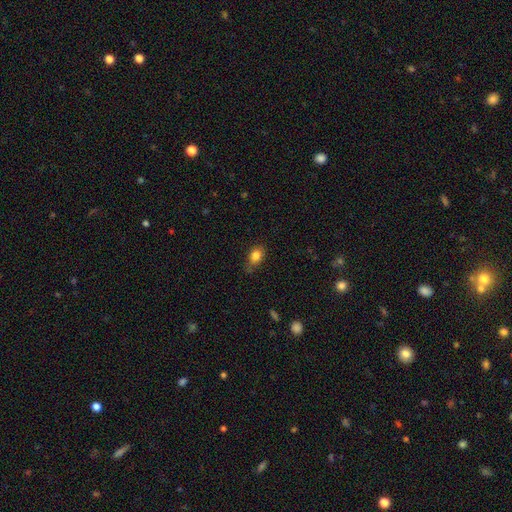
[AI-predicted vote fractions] Smooth or featured: smooth — 83% (star or artifact — 10%)
How rounded: in between — 70% (round — 27%)
Merging: none — 59% (minor disturbance — 31%)